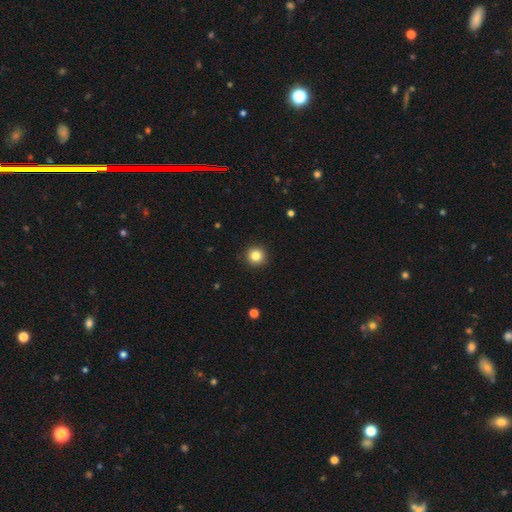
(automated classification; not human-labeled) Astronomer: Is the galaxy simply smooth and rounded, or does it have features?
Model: smooth — 84%.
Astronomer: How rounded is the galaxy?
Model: round — 95%.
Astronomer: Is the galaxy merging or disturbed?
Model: none — 93%.